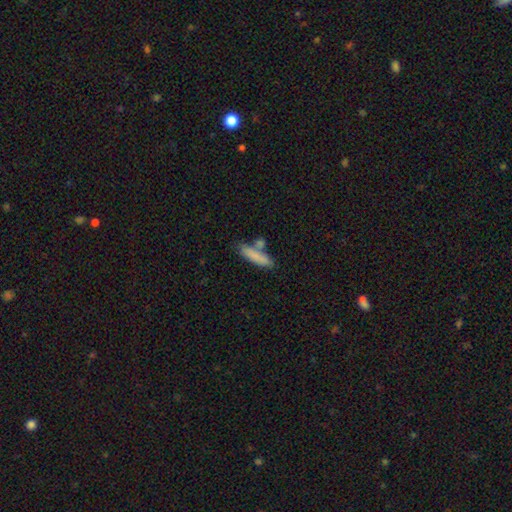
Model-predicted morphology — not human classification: smooth 80%, featured or disk 13%, star or artifact 7%. Down the decision tree: how rounded — cigar-shaped (73%); merging — none (59%).